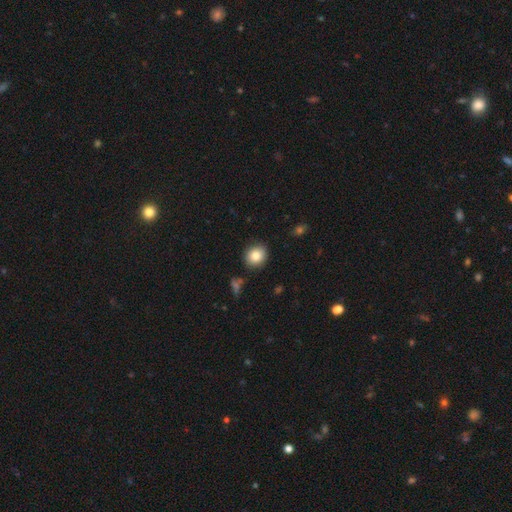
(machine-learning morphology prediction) The model was most divided on "how rounded": round: 75%, in between: 24%, cigar-shaped: 1%. More confident: merging — none (87%); smooth or featured — smooth (84%).